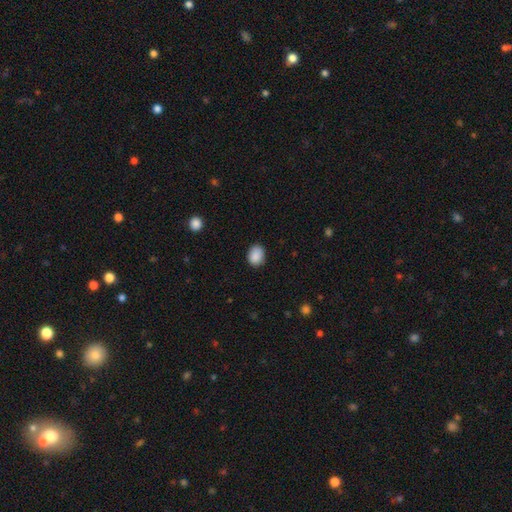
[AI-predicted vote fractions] The model was most divided on "how rounded": in between: 62%, round: 38%, cigar-shaped: 1%. More confident: smooth or featured — smooth (89%); merging — none (85%).